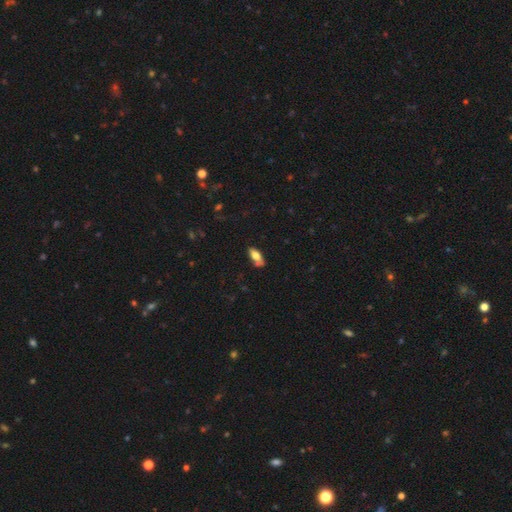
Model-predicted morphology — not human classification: smooth-or-featured: smooth: 69% | featured or disk: 24% | star or artifact: 7%
  how-rounded: in between: 82% | cigar-shaped: 15% | round: 3%
  merging: none: 64% | minor disturbance: 22% | merger: 8% | major disturbance: 5%